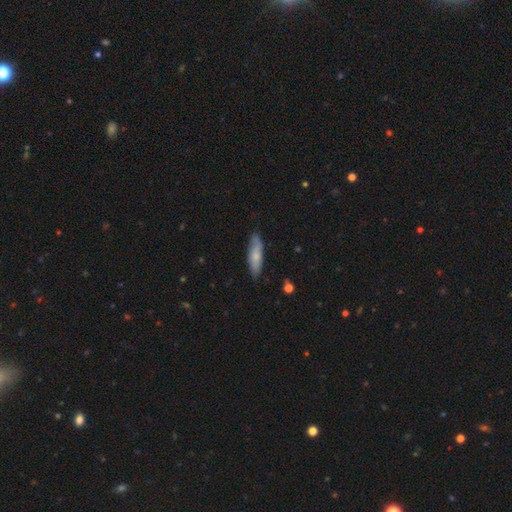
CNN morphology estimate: Q: Smooth or featured?
A: smooth (69%); runner-up: featured or disk (25%)
Q: How rounded?
A: cigar-shaped (56%); runner-up: in between (42%)
Q: Merging?
A: none (82%); runner-up: minor disturbance (15%)